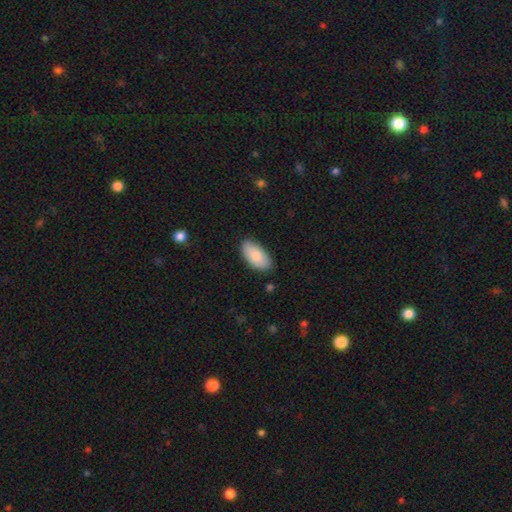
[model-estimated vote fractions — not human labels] smooth_or_featured: smooth (p=0.81) [alt: featured or disk p=0.13]
how_rounded: in between (p=0.94) [alt: cigar-shaped p=0.03]
merging: none (p=0.84) [alt: minor disturbance p=0.13]